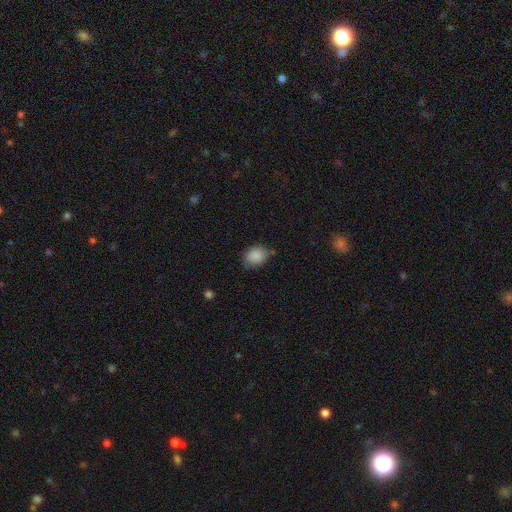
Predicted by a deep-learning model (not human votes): This appears to be a smooth galaxy with no disk features (87%) that is in between round and cigar-shaped (59%). Merging: none (69%).